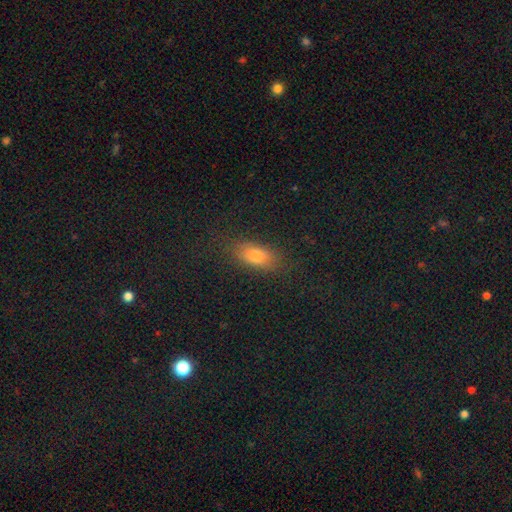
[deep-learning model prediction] smooth_or_featured: smooth (p=0.76) [alt: featured or disk p=0.12]
how_rounded: in between (p=0.79) [alt: cigar-shaped p=0.13]
merging: none (p=0.81) [alt: minor disturbance p=0.13]